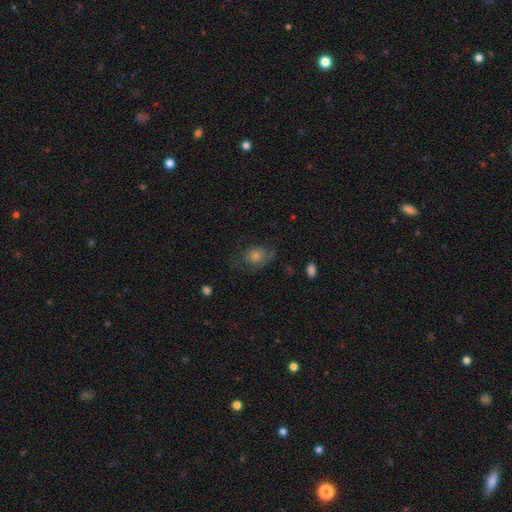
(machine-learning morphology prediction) A smooth galaxy with no disk features (50%) that is in between round and cigar-shaped (54%). Merging: none (59%).